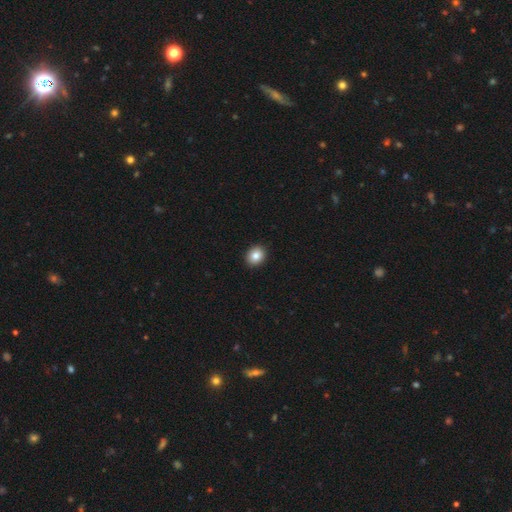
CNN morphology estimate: type=smooth (84%); roundness=round (63%); merging=none (92%).